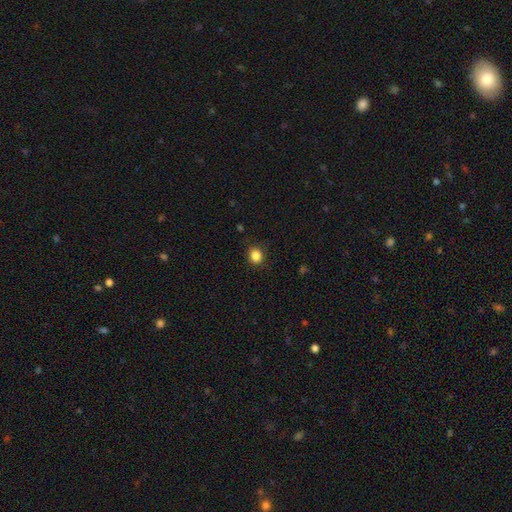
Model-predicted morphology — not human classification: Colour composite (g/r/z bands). It shows a smooth galaxy with no disk features (86%) that is round (78%). Merging: none (88%).